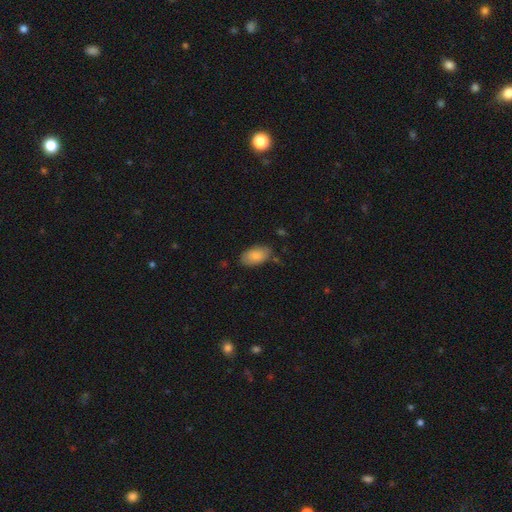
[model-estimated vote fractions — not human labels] Smooth or featured? Predicted: smooth (p=0.86). How rounded? Predicted: in between (p=0.94). Merging? Predicted: none (p=0.76).